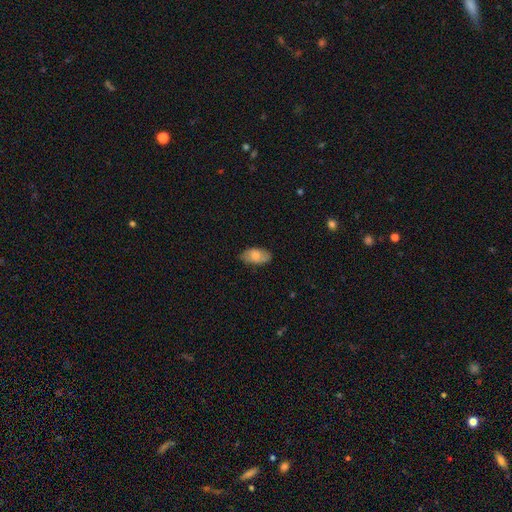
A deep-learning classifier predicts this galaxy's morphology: Smooth or featured: smooth — 74% (featured or disk — 19%)
How rounded: in between — 94% (round — 4%)
Merging: none — 78% (minor disturbance — 17%)